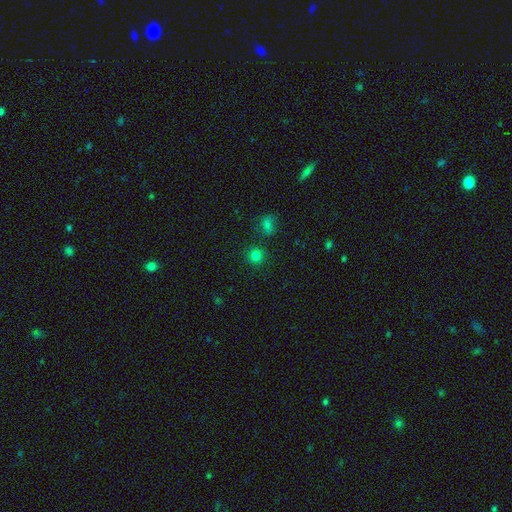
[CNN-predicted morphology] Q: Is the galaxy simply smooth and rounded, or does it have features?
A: smooth — 79%.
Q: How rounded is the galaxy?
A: round — 91%.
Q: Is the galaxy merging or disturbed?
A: none — 84%.